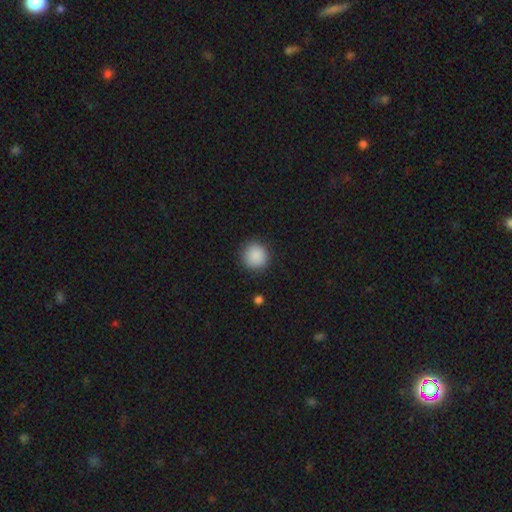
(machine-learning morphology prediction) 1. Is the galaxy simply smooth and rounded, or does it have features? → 89% smooth, 8% star or artifact, 3% featured or disk.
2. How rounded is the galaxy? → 92% round, 7% in between, 1% cigar-shaped.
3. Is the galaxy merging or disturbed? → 89% none, 8% minor disturbance, 2% major disturbance, 1% merger.